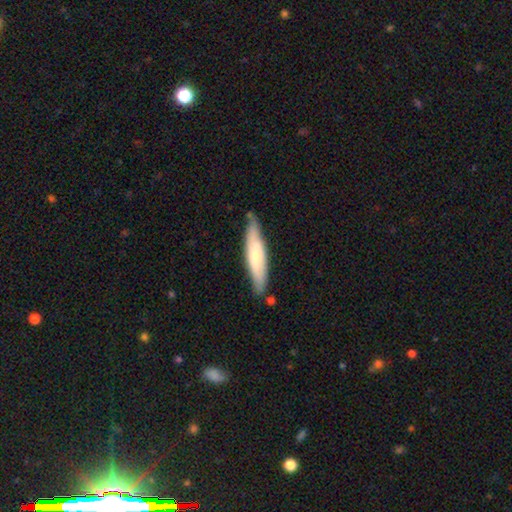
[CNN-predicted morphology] smooth-or-featured: smooth: 59% | featured or disk: 36% | star or artifact: 5%
  how-rounded: cigar-shaped: 81% | in between: 18% | round: 1%
  merging: none: 78% | minor disturbance: 17% | merger: 3% | major disturbance: 3%